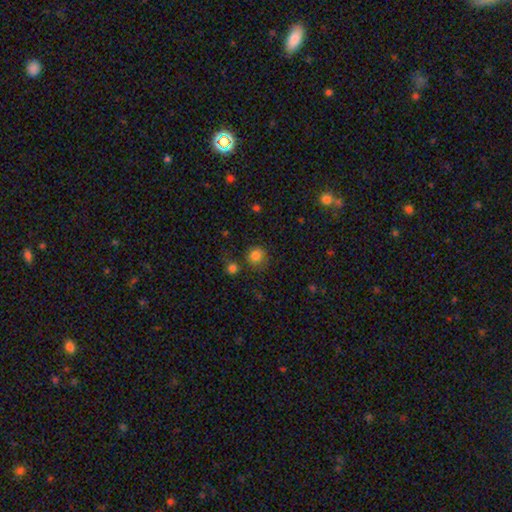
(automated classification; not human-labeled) Smooth or featured? smooth (82%)
How rounded? round (90%)
Merging? none (77%)